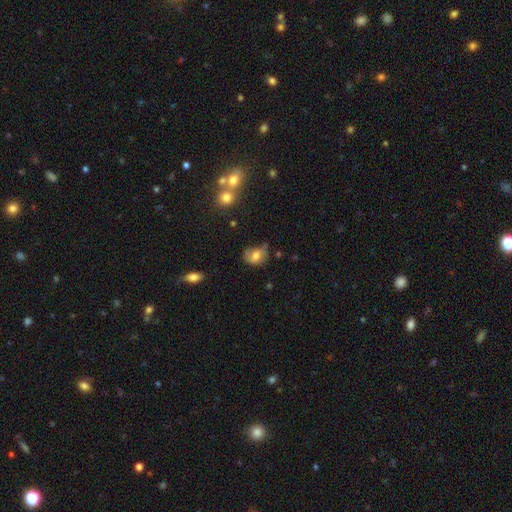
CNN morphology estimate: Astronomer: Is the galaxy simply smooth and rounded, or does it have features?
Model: smooth — 66%.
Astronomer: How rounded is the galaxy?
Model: in between — 59% (runner-up: round, 40%).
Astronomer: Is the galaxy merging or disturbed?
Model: none — 49% (runner-up: minor disturbance, 34%).